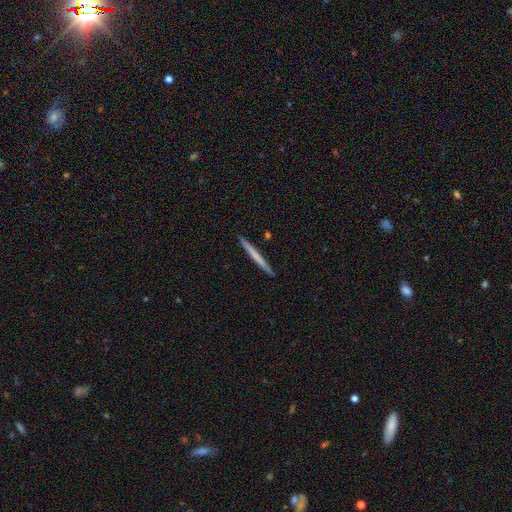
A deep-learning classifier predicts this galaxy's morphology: The model was most divided on "smooth or featured": smooth: 59%, featured or disk: 36%, star or artifact: 5%. More confident: how rounded — cigar-shaped (97%); merging — none (92%).